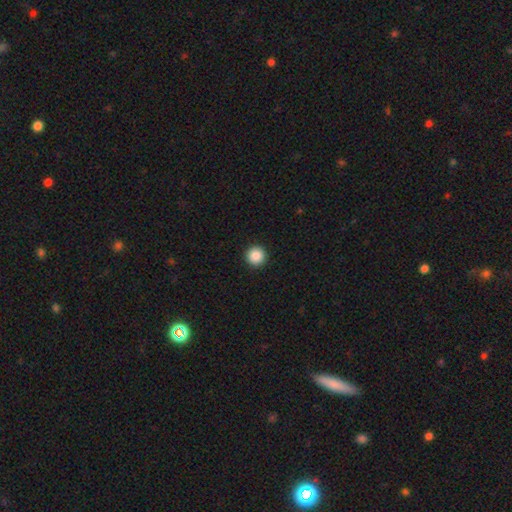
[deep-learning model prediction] Smooth or featured?
  - smooth: 88% *
  - star or artifact: 9%
  - featured or disk: 3%
How rounded?
  - round: 96% *
  - in between: 3%
  - cigar-shaped: 1%
Merging?
  - none: 94% *
  - minor disturbance: 4%
  - major disturbance: 1%
  - merger: 1%